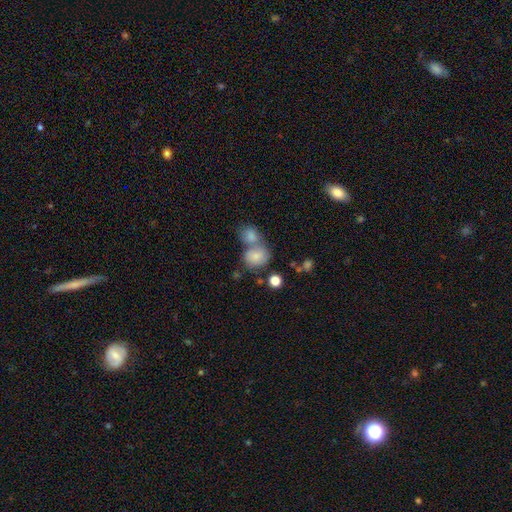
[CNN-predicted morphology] This appears to be a smooth galaxy with no disk features (78%) that is round (63%). Merging: merger (58%).